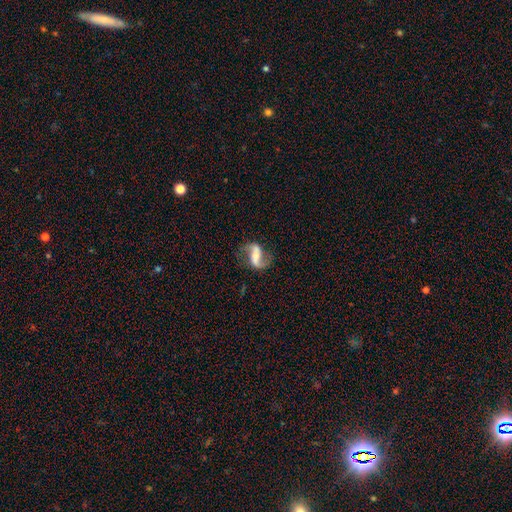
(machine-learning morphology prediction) This is clearly a featured or disk galaxy (81%). It is clearly not viewed edge-on (97%). Bar: marginally strong (44%). Spiral arm pattern: clearly yes (93%). Spiral arm count: clearly 2 (89%). Spiral winding: likely loose (69%). Central bulge: marginally small (39%). Merging: likely none (70%).